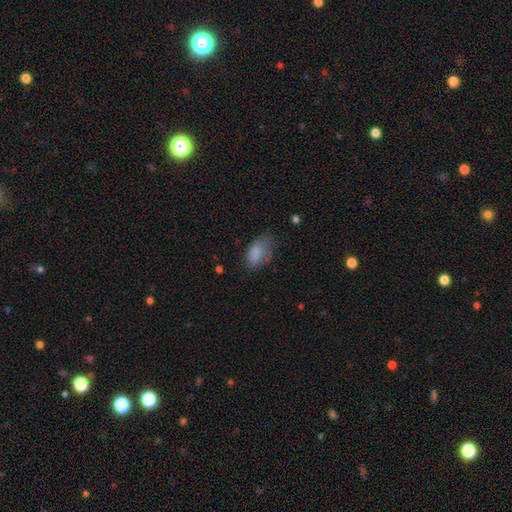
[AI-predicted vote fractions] A smooth galaxy with no disk features (78%) that is in between round and cigar-shaped (91%).

Vote fractions:
- Smooth or featured? smooth: 78% / featured or disk: 11% / star or artifact: 11%
- How rounded? in between: 91% / round: 6% / cigar-shaped: 3%
- Merging? none: 55% / minor disturbance: 30% / major disturbance: 14% / merger: 2%